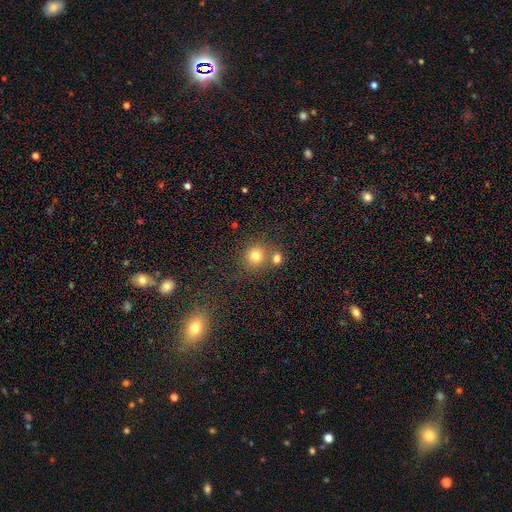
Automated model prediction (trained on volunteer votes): smooth_or_featured: smooth (p=0.77) [alt: star or artifact p=0.15]
how_rounded: round (p=0.87) [alt: in between p=0.12]
merging: none (p=0.63) [alt: merger p=0.25]